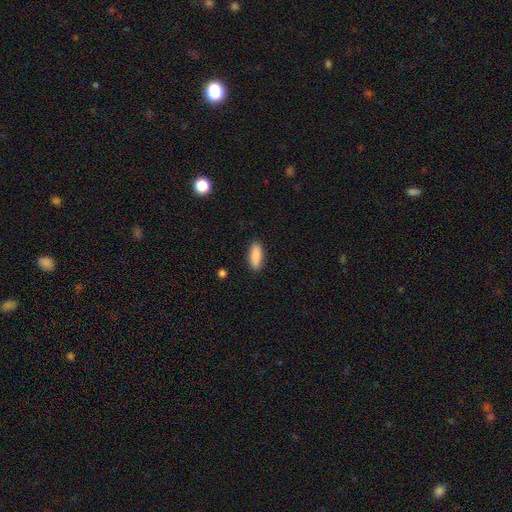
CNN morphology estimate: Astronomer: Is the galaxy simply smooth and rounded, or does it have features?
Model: smooth — 90%.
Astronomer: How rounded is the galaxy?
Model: in between — 73%.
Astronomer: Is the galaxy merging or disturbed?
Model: none — 89%.